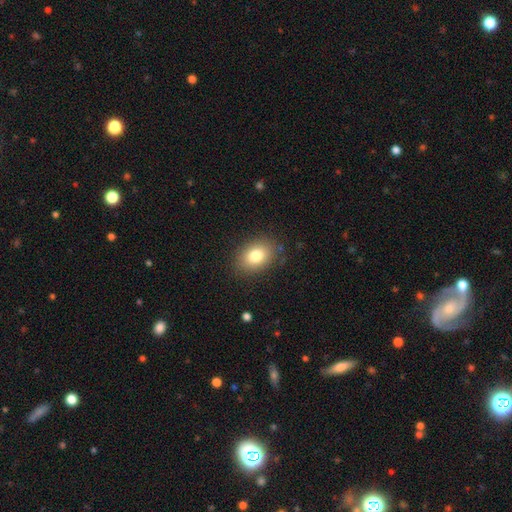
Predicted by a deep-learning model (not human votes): This is likely a smooth galaxy (80%). How rounded: likely in between (77%). Merging: clearly none (85%).